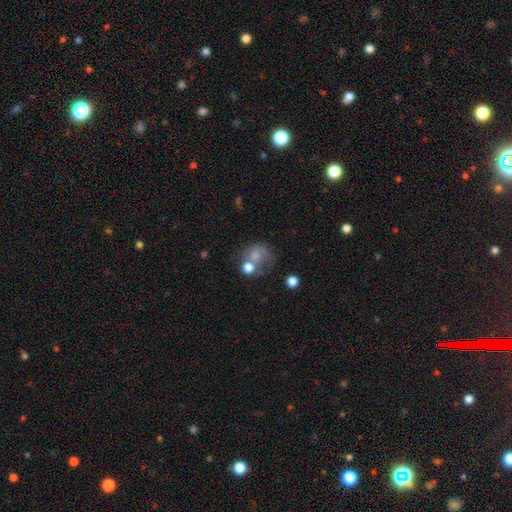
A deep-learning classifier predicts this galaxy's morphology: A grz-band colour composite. It shows a smooth galaxy with no disk features (60%) that is round (64%). Merging: merger (32%).